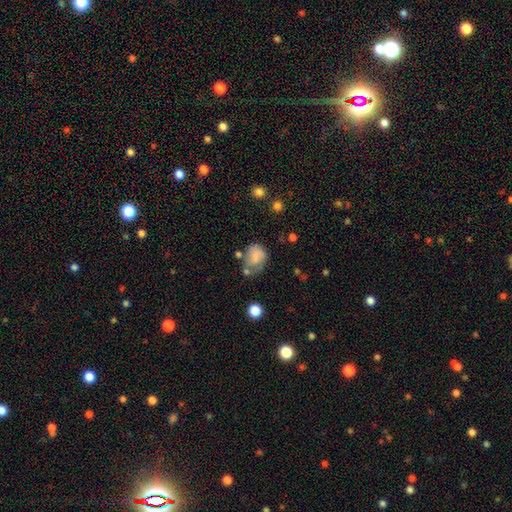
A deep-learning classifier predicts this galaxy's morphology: A smooth galaxy with no disk features (62%) that is in between round and cigar-shaped (57%). Merging: none (37%).